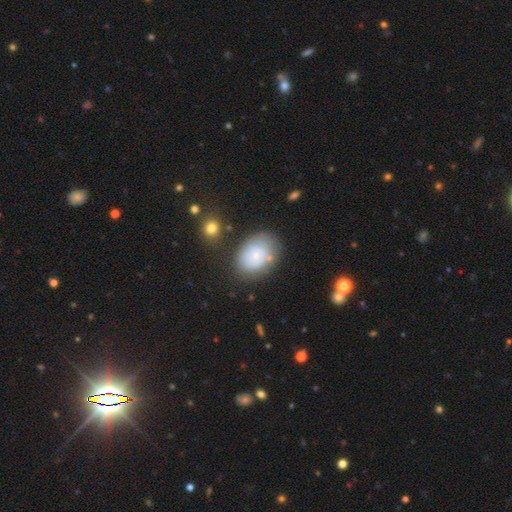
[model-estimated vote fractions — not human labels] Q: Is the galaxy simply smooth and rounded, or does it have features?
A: smooth — 67%.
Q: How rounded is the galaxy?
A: in between — 69%.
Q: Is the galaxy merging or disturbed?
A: none — 65%.